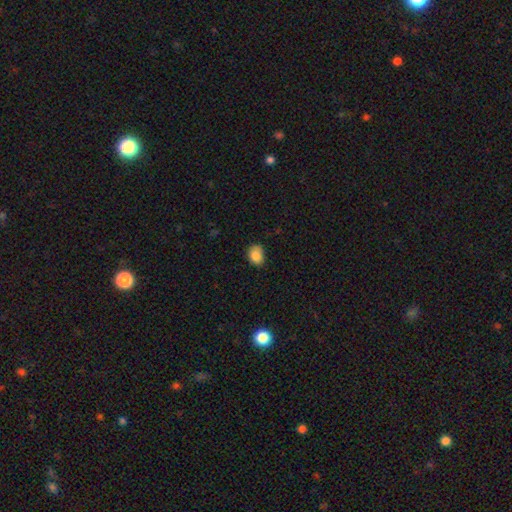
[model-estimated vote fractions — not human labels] A smooth galaxy with no disk features (85%) that is in between round and cigar-shaped (64%).

Vote fractions:
- Smooth or featured? smooth: 85% / star or artifact: 9% / featured or disk: 6%
- How rounded? in between: 64% / round: 36% / cigar-shaped: 1%
- Merging? none: 69% / minor disturbance: 25% / major disturbance: 4% / merger: 2%